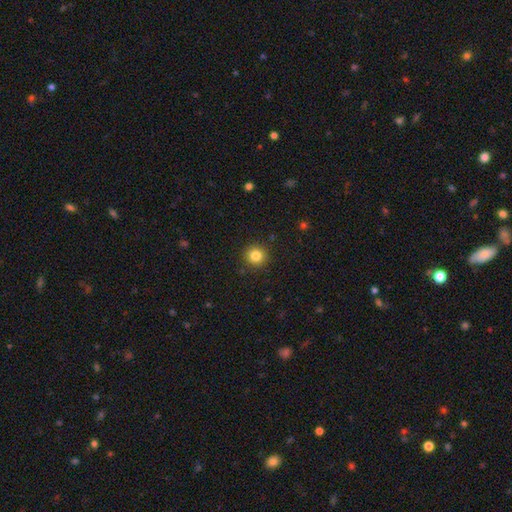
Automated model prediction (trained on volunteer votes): Smooth or featured? smooth (83%)
How rounded? round (94%)
Merging? none (91%)